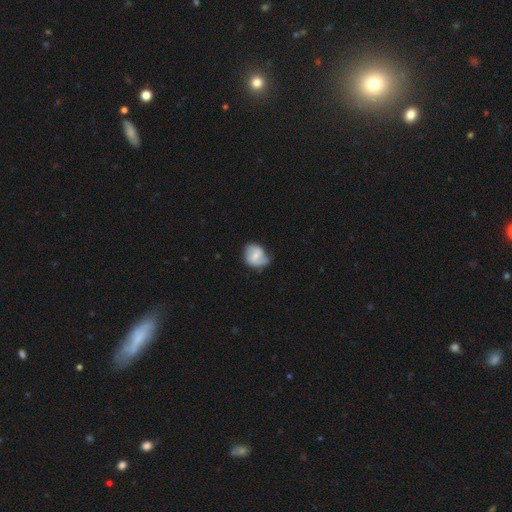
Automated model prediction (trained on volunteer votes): A smooth galaxy with no disk features (47%). Merging: none (48%).